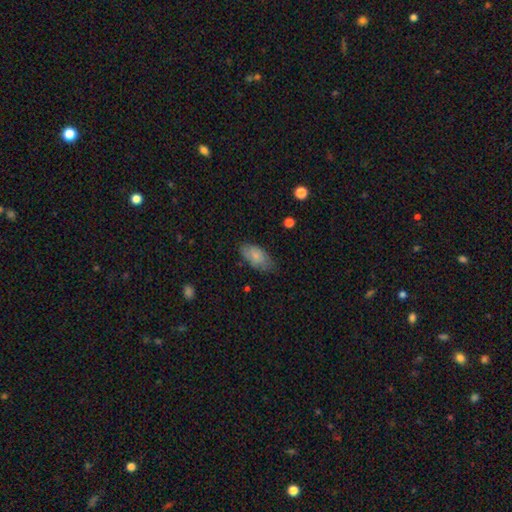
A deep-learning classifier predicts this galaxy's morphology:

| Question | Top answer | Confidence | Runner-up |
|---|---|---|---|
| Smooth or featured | smooth | 79% | featured or disk (14%) |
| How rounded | in between | 93% | cigar-shaped (4%) |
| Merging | none | 72% | minor disturbance (21%) |